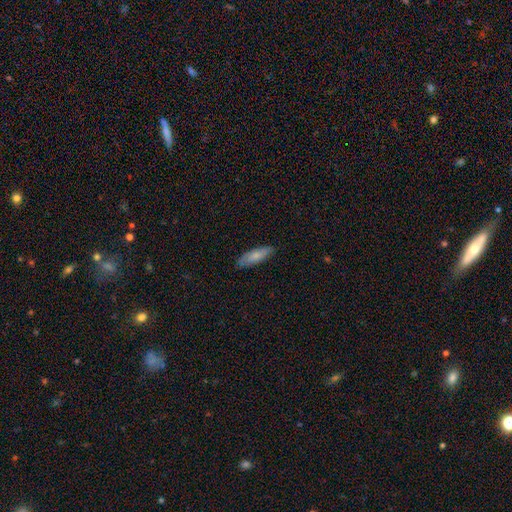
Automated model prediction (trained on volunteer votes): This is likely a smooth galaxy (78%). How rounded: possibly in between (50%). Merging: clearly none (82%).